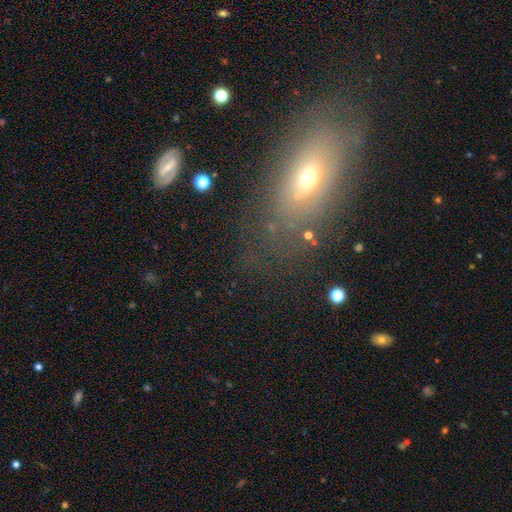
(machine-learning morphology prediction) smooth 47%, featured or disk 31%, star or artifact 22%. Down the decision tree: merging — none (72%).